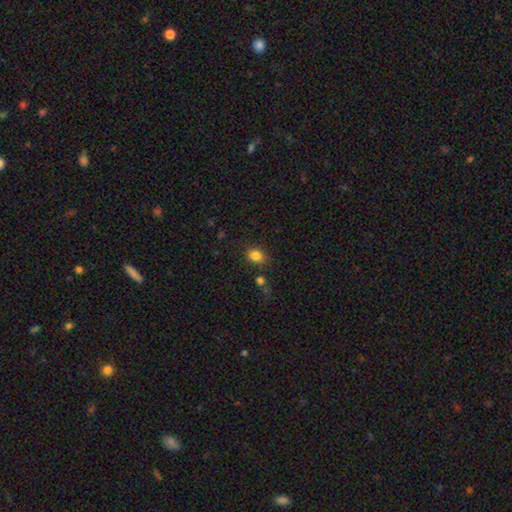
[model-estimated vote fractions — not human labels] This appears to be a smooth galaxy with no disk features (83%) that is round (52%). Merging: none (78%).